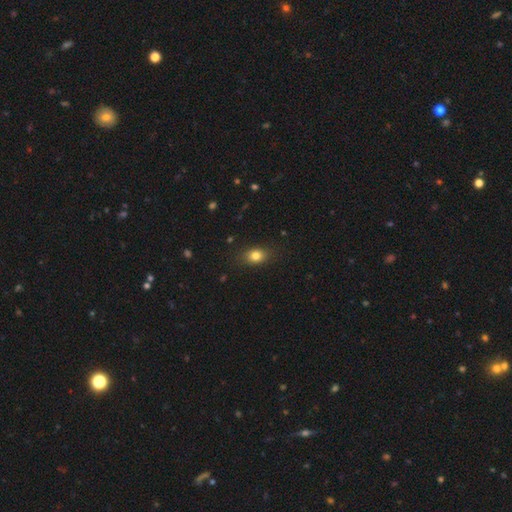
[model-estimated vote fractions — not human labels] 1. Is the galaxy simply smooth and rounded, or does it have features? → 81% smooth, 10% star or artifact, 9% featured or disk.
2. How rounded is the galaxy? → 69% in between, 29% round, 2% cigar-shaped.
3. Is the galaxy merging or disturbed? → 84% none, 12% minor disturbance, 3% major disturbance, 1% merger.